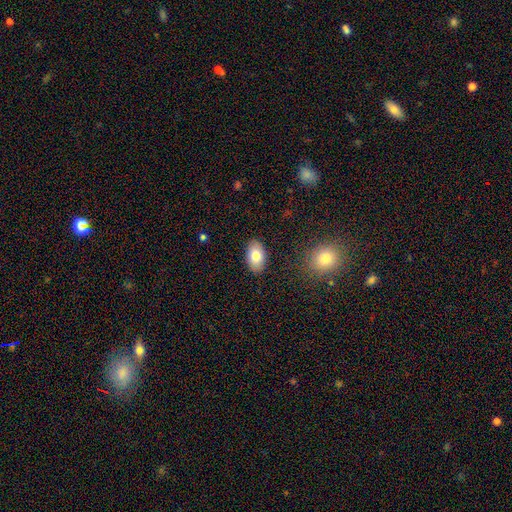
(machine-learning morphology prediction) type=smooth (80%); roundness=in between (93%); merging=none (87%).